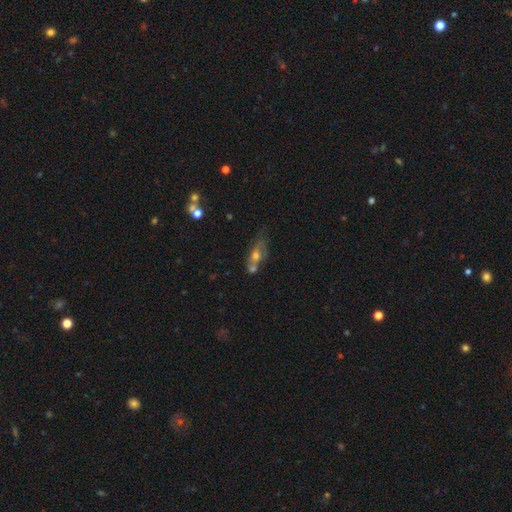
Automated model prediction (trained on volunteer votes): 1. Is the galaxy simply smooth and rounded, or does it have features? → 51% smooth, 36% featured or disk, 12% star or artifact.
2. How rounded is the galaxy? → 63% in between, 27% cigar-shaped, 11% round.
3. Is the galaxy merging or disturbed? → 37% none, 34% merger, 19% minor disturbance, 10% major disturbance.